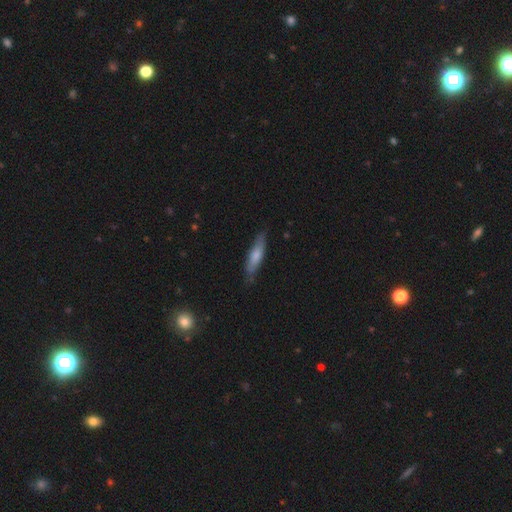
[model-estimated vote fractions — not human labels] Smooth or featured? smooth (68%)
How rounded? cigar-shaped (68%)
Merging? none (73%)